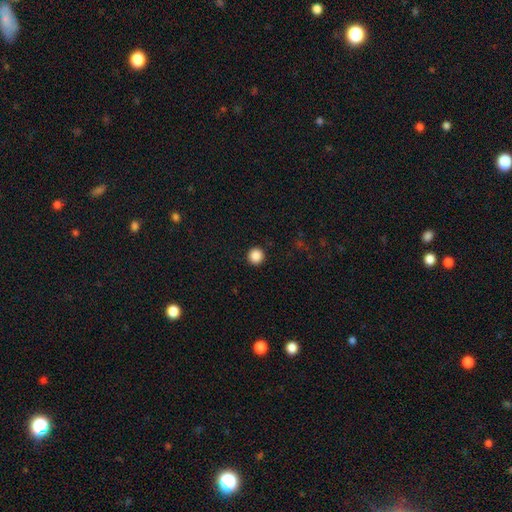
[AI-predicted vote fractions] Smooth or featured? Predicted: smooth (p=0.88). How rounded? Predicted: round (p=0.94). Merging? Predicted: none (p=0.93).